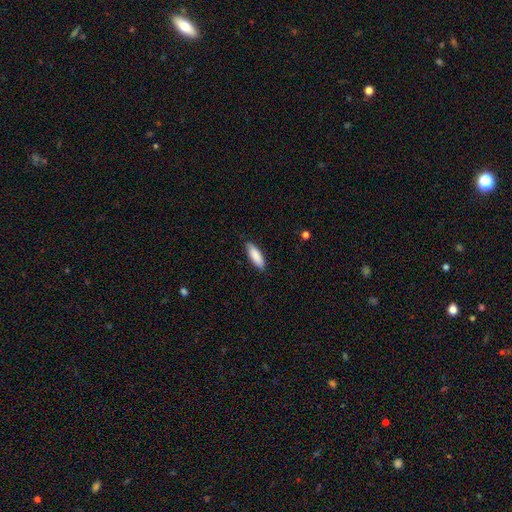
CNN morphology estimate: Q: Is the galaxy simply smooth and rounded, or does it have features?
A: smooth — 88%.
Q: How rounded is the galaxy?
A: in between — 54%.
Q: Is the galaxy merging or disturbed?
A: none — 86%.